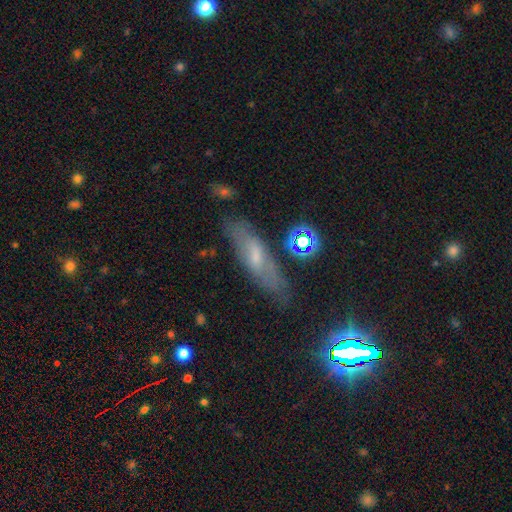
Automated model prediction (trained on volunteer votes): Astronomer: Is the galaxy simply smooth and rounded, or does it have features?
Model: featured or disk — 44% (runner-up: smooth, 36%).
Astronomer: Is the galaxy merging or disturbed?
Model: none — 75%.